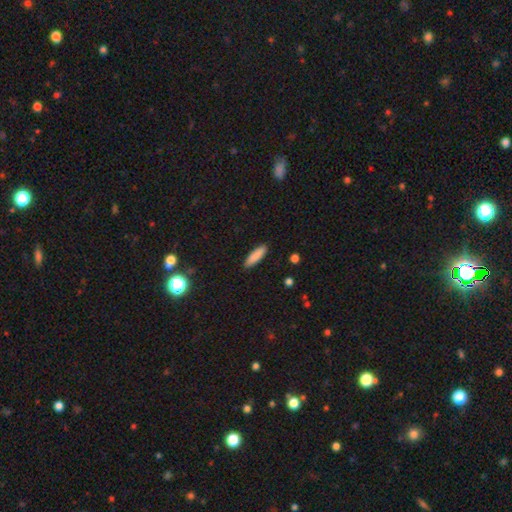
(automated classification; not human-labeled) This is clearly a smooth galaxy (86%). How rounded: likely cigar-shaped (68%). Merging: clearly none (90%).